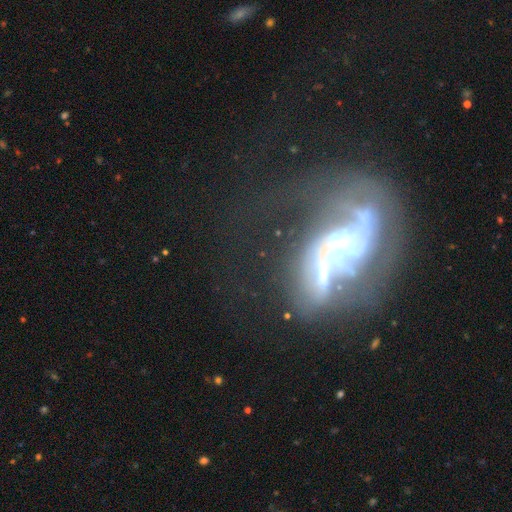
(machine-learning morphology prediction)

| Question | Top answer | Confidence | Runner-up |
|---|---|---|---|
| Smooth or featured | featured or disk | 74% | star or artifact (14%) |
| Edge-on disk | no | 94% | yes (6%) |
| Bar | no | 52% | weak (31%) |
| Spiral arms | yes | 77% | no (23%) |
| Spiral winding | loose | 42% | medium (37%) |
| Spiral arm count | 2 | 51% | can't tell (22%) |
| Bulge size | small | 45% | moderate (42%) |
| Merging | merger | 50% | major disturbance (24%) |